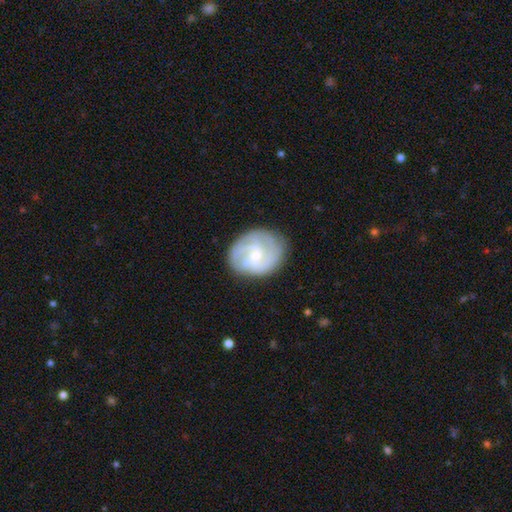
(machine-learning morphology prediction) Smooth or featured? Predicted: featured or disk (p=0.78). Edge-on disk? Predicted: no (p=0.98). Bar? Predicted: no (p=0.56). Spiral arms? Predicted: yes (p=0.94). Spiral winding? Predicted: tight (p=0.57). Spiral arm count? Predicted: 3 (p=0.31). Bulge size? Predicted: small (p=0.61). Merging? Predicted: none (p=0.78).